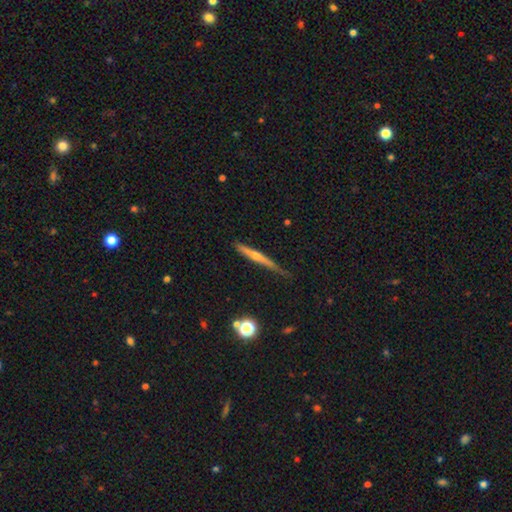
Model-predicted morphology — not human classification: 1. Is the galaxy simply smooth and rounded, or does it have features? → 62% featured or disk, 30% smooth, 8% star or artifact.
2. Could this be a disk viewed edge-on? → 96% yes, 4% no.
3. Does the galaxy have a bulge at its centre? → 72% rounded, 23% none, 4% boxy.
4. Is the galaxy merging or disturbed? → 72% none, 22% minor disturbance, 4% major disturbance, 2% merger.